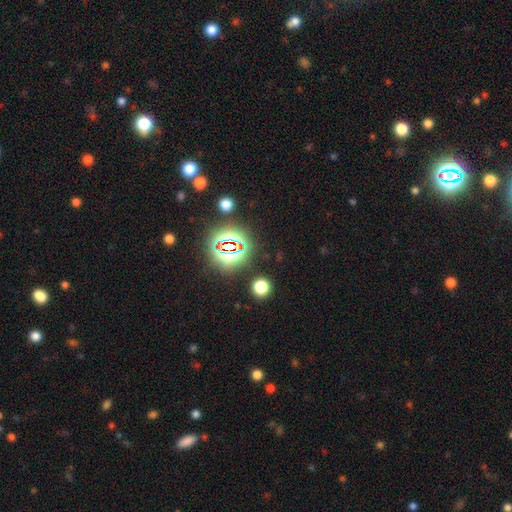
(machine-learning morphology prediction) Smooth or featured?
  - star or artifact: 81% *
  - smooth: 12%
  - featured or disk: 7%